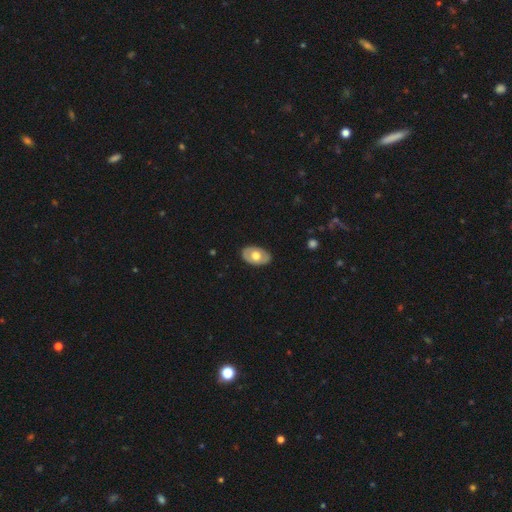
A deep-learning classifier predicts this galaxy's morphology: This appears to be a smooth galaxy with no disk features (54%) that is in between round and cigar-shaped (89%). Merging: none (84%).